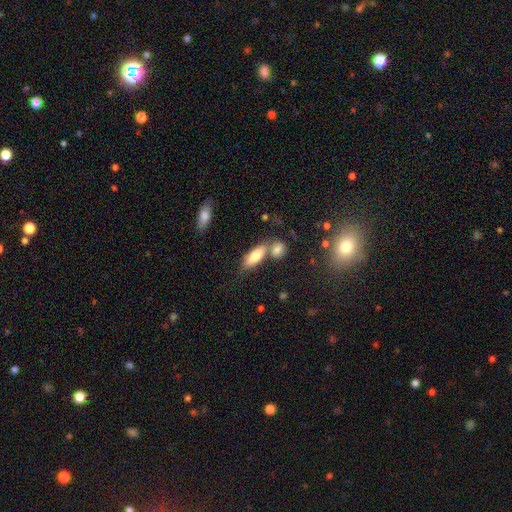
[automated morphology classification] Smooth or featured: smooth — 76% (featured or disk — 17%)
How rounded: in between — 73% (cigar-shaped — 24%)
Merging: none — 51% (merger — 32%)